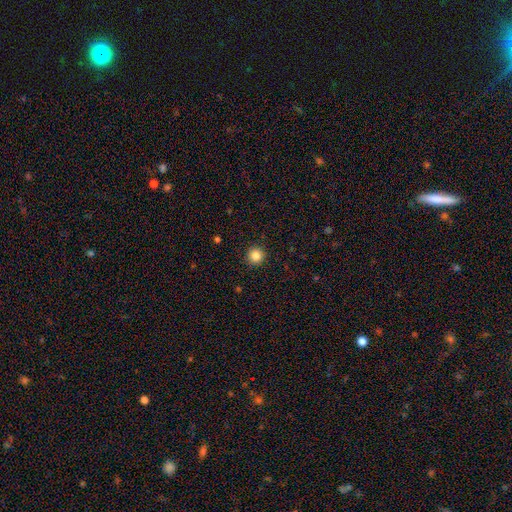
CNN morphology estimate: Smooth or featured?
  - smooth: 85% *
  - star or artifact: 11%
  - featured or disk: 4%
How rounded?
  - round: 95% *
  - in between: 4%
  - cigar-shaped: 1%
Merging?
  - none: 93% *
  - minor disturbance: 5%
  - major disturbance: 2%
  - merger: 1%